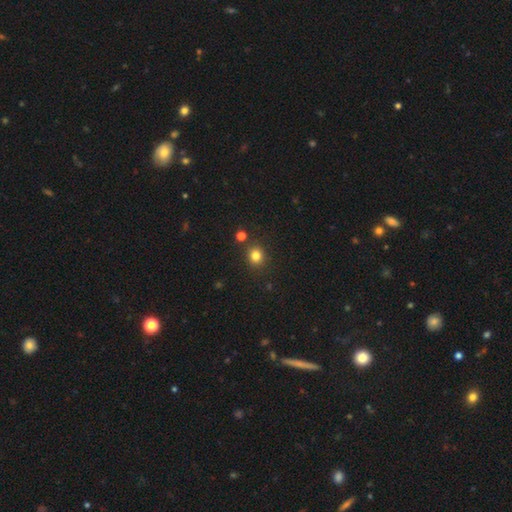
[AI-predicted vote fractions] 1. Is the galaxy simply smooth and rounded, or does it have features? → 81% smooth, 14% star or artifact, 5% featured or disk.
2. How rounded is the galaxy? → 82% round, 17% in between, 1% cigar-shaped.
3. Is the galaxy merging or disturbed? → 84% none, 8% minor disturbance, 5% merger, 2% major disturbance.